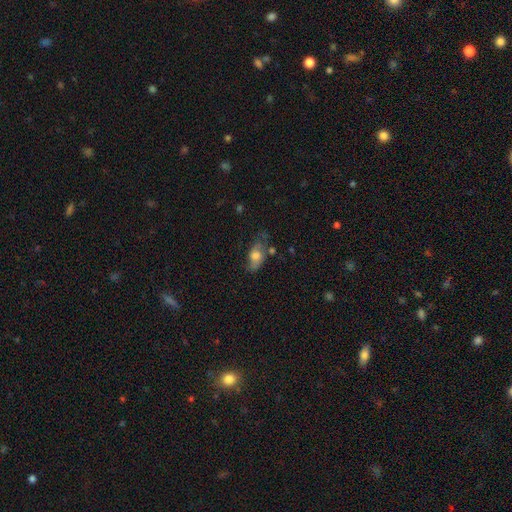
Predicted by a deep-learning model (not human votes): Overall: smooth (57%; featured or disk 34%). How rounded: in between (83%). Merging: none (46%; minor disturbance 30%).